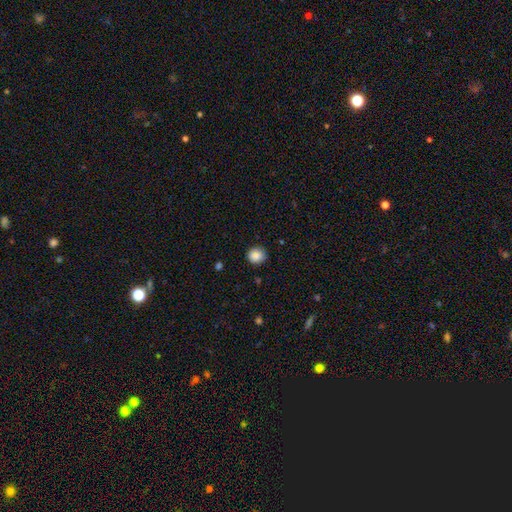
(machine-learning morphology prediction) Smooth or featured? smooth (88%)
How rounded? round (89%)
Merging? none (88%)